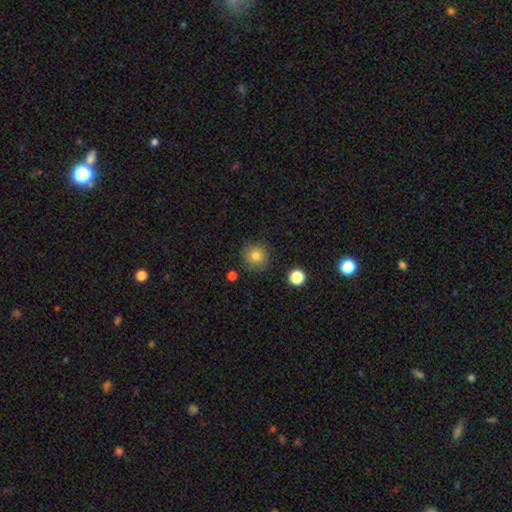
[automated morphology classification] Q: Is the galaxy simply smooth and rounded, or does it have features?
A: smooth — 81%.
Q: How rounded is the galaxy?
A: round — 93%.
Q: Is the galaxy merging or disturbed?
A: none — 86%.